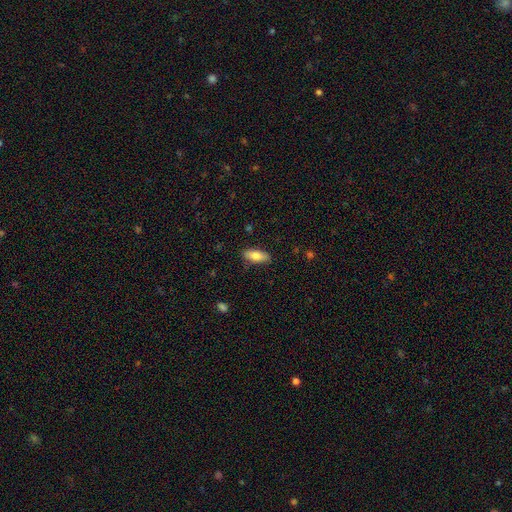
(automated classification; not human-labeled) This appears to be a smooth galaxy with no disk features (78%) that is in between round and cigar-shaped (79%). Merging: none (84%).